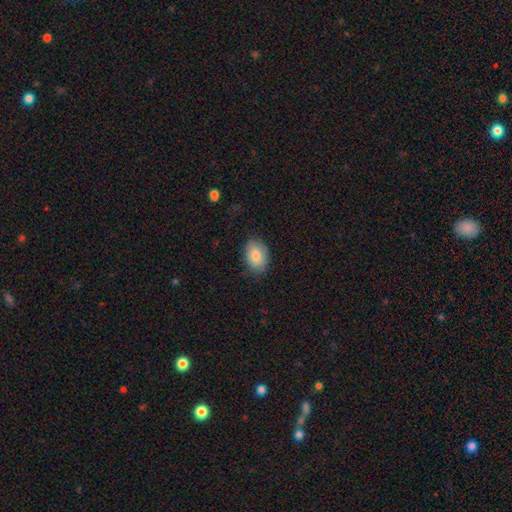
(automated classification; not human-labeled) A smooth galaxy with no disk features (84%) that is in between round and cigar-shaped (82%).

Vote fractions:
- Smooth or featured? smooth: 84% / featured or disk: 9% / star or artifact: 7%
- How rounded? in between: 82% / round: 17% / cigar-shaped: 1%
- Merging? none: 83% / minor disturbance: 13% / major disturbance: 3% / merger: 1%